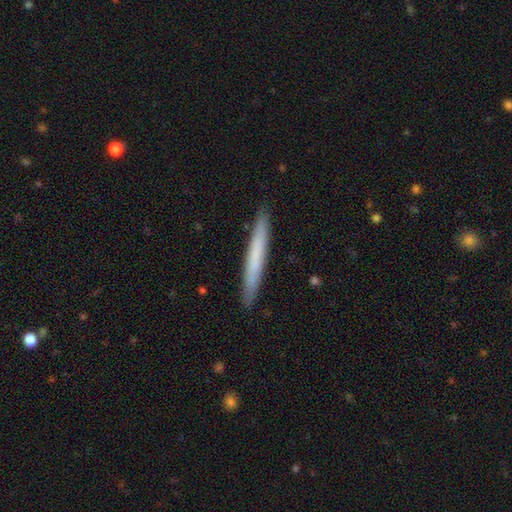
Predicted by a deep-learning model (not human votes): smooth_or_featured: smooth (p=0.63) [alt: featured or disk p=0.32]
how_rounded: cigar-shaped (p=0.97) [alt: in between p=0.02]
merging: none (p=0.91) [alt: minor disturbance p=0.07]